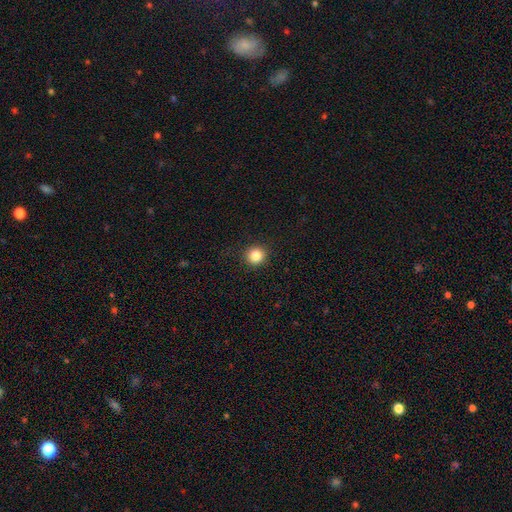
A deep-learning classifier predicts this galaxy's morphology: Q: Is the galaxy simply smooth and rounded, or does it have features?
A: smooth — 85%.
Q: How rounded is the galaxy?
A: round — 92%.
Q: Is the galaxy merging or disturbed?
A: none — 91%.